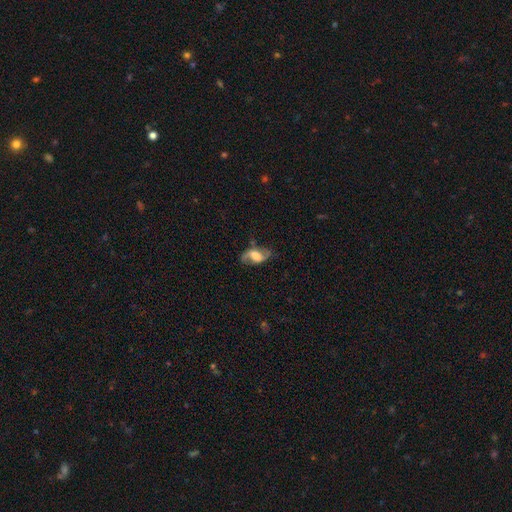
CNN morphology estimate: smooth_or_featured: featured or disk (p=0.74) [alt: smooth p=0.19]
disk_edge_on: no (p=0.95) [alt: yes p=0.05]
bar: weak (p=0.45) [alt: no p=0.35]
has_spiral_arms: yes (p=0.91) [alt: no p=0.09]
spiral_winding: loose (p=0.59) [alt: medium p=0.33]
spiral_arm_count: 2 (p=0.90) [alt: 1 p=0.03]
bulge_size: large (p=0.39) [alt: moderate p=0.34]
merging: none (p=0.72) [alt: minor disturbance p=0.18]